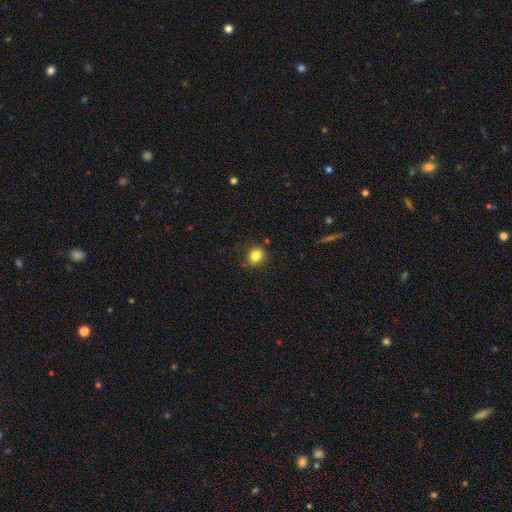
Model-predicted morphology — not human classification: smooth-or-featured: smooth: 84% | star or artifact: 11% | featured or disk: 5%
  how-rounded: round: 71% | in between: 28% | cigar-shaped: 1%
  merging: none: 83% | minor disturbance: 13% | major disturbance: 3% | merger: 2%